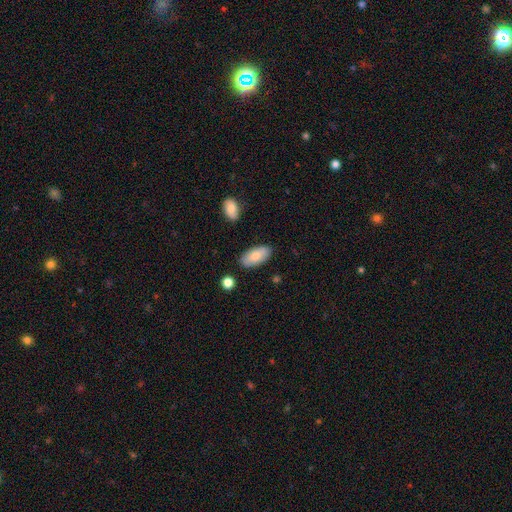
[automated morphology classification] Smooth or featured: smooth — 80% (featured or disk — 14%)
How rounded: in between — 92% (cigar-shaped — 6%)
Merging: none — 85% (minor disturbance — 11%)